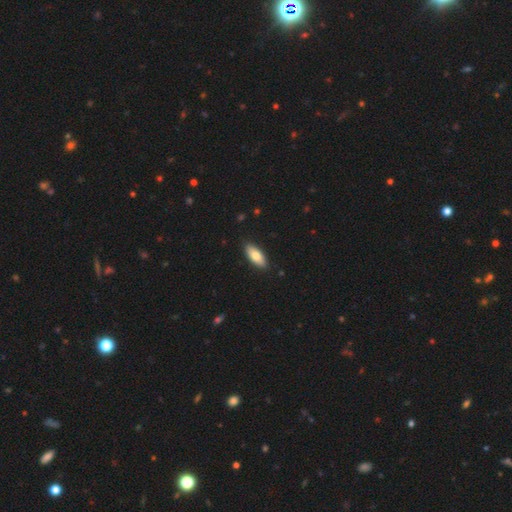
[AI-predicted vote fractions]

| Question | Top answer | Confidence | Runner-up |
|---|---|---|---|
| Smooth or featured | smooth | 77% | featured or disk (18%) |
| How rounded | in between | 81% | cigar-shaped (17%) |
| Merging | none | 89% | minor disturbance (8%) |